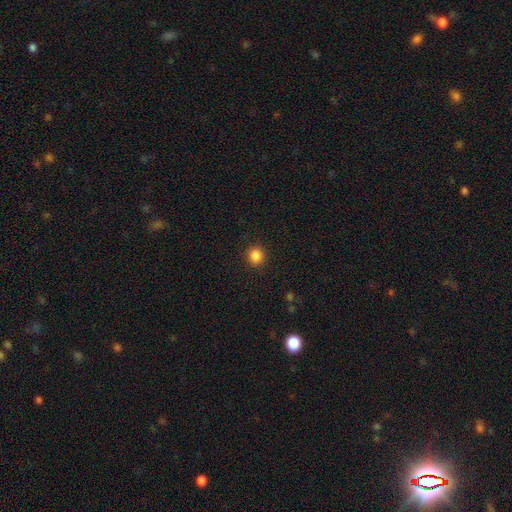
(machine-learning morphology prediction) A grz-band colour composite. It shows a smooth galaxy with no disk features (86%) that is round (87%). Merging: none (91%).